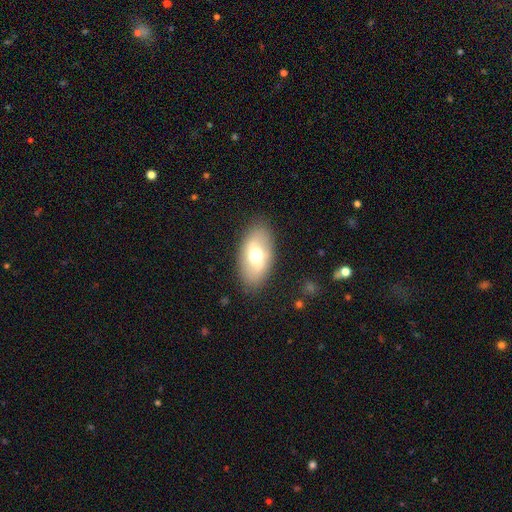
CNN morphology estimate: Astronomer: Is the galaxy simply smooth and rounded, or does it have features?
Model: smooth — 60%.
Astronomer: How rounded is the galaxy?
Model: in between — 91%.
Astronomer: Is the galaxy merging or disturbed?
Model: none — 84%.